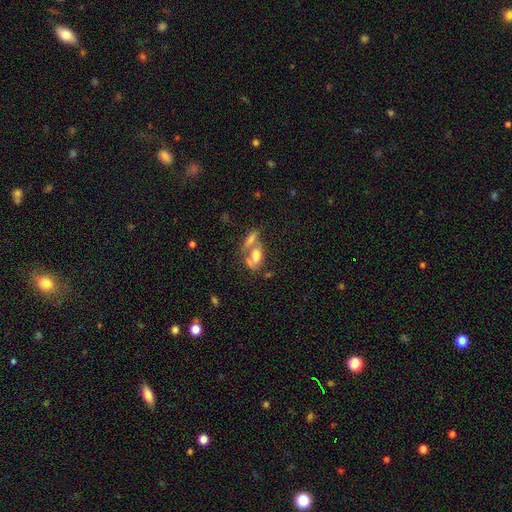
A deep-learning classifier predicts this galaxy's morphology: Smooth or featured?
  - smooth: 63% *
  - featured or disk: 27%
  - star or artifact: 10%
How rounded?
  - in between: 82% *
  - round: 10%
  - cigar-shaped: 8%
Merging?
  - merger: 53% *
  - none: 26%
  - minor disturbance: 11%
  - major disturbance: 10%